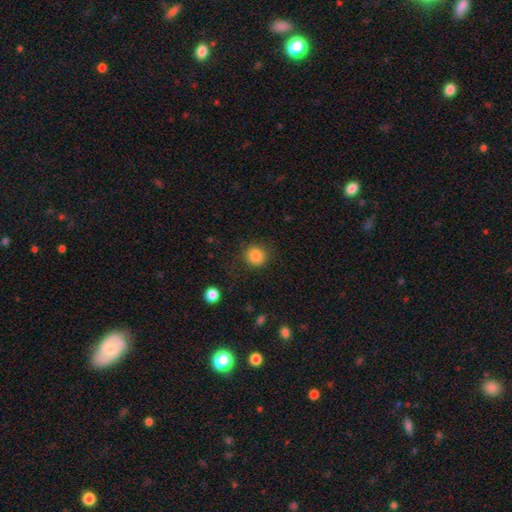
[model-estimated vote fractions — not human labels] A smooth galaxy with no disk features (86%) that is round (89%).

Vote fractions:
- Smooth or featured? smooth: 86% / star or artifact: 10% / featured or disk: 4%
- How rounded? round: 89% / in between: 10% / cigar-shaped: 1%
- Merging? none: 85% / minor disturbance: 10% / major disturbance: 4% / merger: 1%